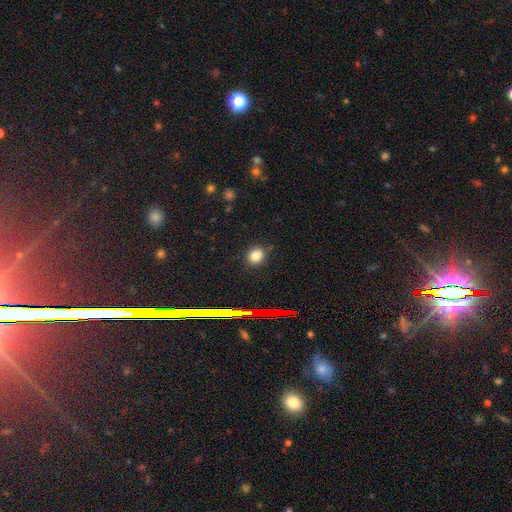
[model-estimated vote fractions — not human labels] The model was most divided on "how rounded": round: 65%, in between: 34%, cigar-shaped: 1%. More confident: merging — none (87%); smooth or featured — smooth (79%).